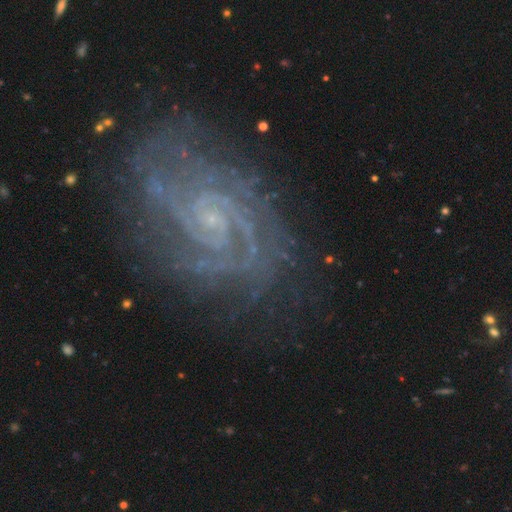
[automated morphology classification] This appears to be a featured or disk galaxy (90%) with no bar (55%), 2 (52%) tight (64%) spiral arms (98%) and a small central bulge (79%). Merging: none (74%).